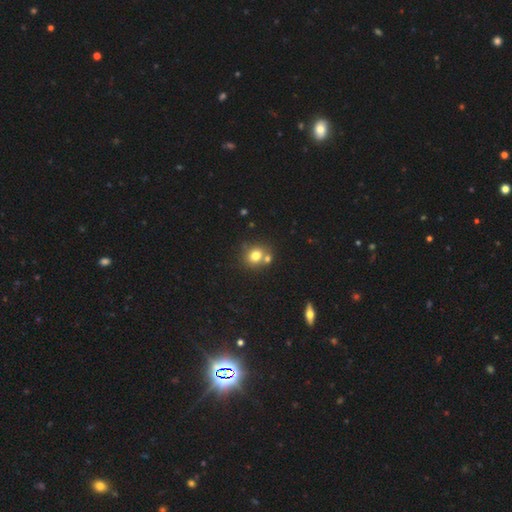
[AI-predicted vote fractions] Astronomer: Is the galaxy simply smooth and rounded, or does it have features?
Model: smooth — 76%.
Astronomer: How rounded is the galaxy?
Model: round — 75%.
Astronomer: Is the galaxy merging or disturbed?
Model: none — 57%.